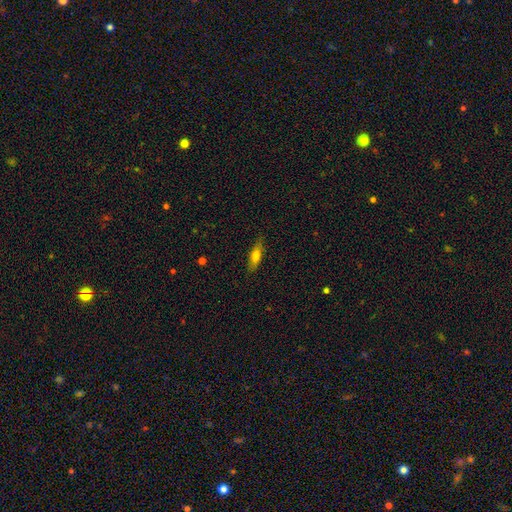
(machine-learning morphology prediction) Smooth or featured?
  - smooth: 66% *
  - featured or disk: 26%
  - star or artifact: 7%
How rounded?
  - cigar-shaped: 54% *
  - in between: 43%
  - round: 2%
Merging?
  - none: 81% *
  - minor disturbance: 14%
  - major disturbance: 3%
  - merger: 1%